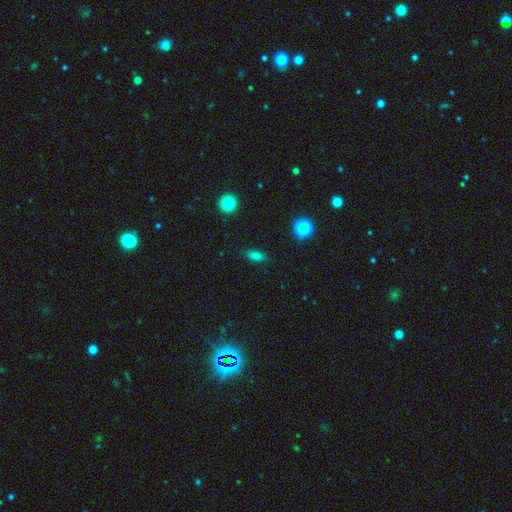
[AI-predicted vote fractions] This appears to be a smooth galaxy with no disk features (79%) that is in between round and cigar-shaped (80%). Merging: none (83%).